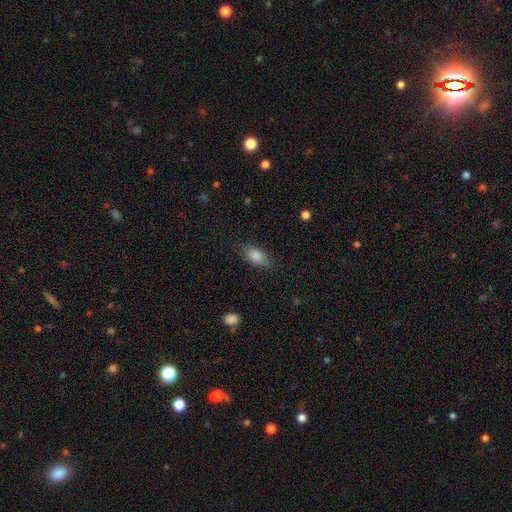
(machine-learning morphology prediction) A smooth galaxy with no disk features (83%) that is in between round and cigar-shaped (87%). Merging: none (80%).